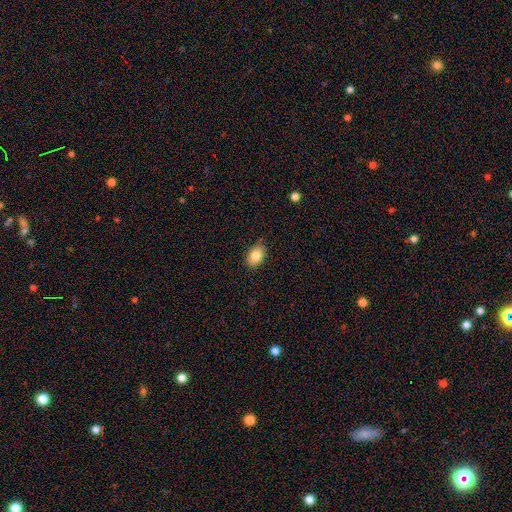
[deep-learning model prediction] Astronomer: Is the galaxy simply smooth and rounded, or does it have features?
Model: smooth — 83%.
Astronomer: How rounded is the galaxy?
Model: in between — 88%.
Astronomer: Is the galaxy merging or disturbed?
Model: none — 87%.